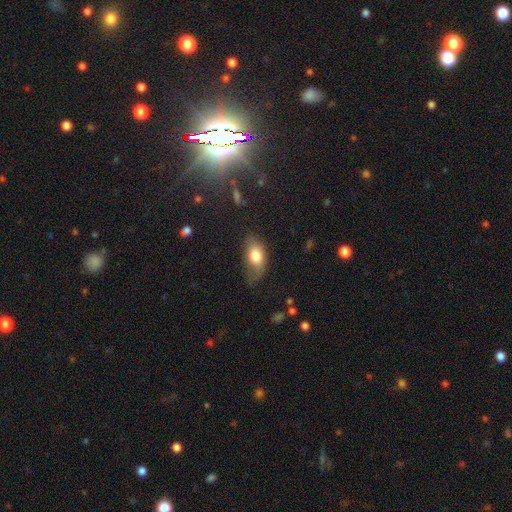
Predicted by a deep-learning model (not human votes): Q: Smooth or featured?
A: smooth (76%); runner-up: featured or disk (16%)
Q: How rounded?
A: in between (89%); runner-up: round (7%)
Q: Merging?
A: none (47%); runner-up: minor disturbance (34%)